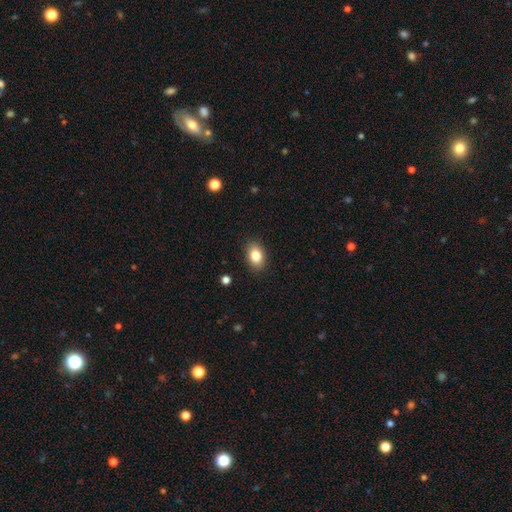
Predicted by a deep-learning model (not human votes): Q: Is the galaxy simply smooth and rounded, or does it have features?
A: smooth — 83%.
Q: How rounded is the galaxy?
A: in between — 82%.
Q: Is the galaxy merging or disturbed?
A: none — 88%.